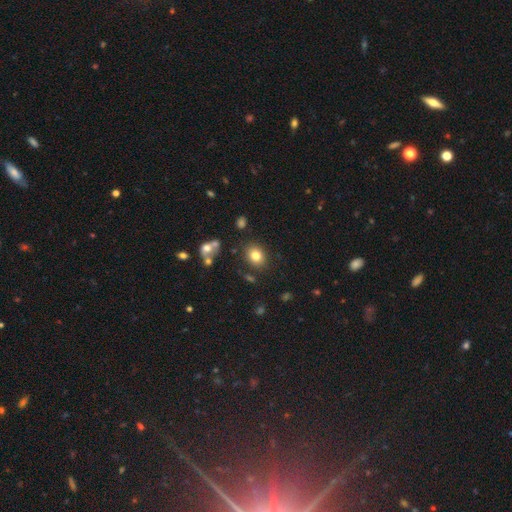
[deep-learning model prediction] A smooth galaxy with no disk features (80%) that is round (50%, tied with in between).

Vote fractions:
- Smooth or featured? smooth: 80% / star or artifact: 11% / featured or disk: 9%
- How rounded? round: 50% (tied) / in between: 50% (tied) / cigar-shaped: 1%
- Merging? none: 82% / minor disturbance: 10% / merger: 4% / major disturbance: 3%